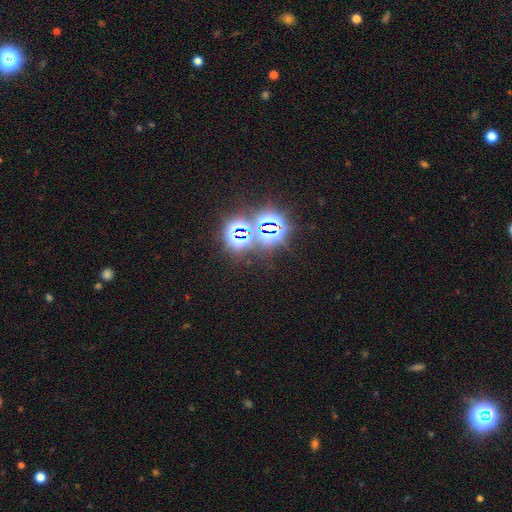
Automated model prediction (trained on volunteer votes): Smooth or featured? Predicted: star or artifact (p=0.73).